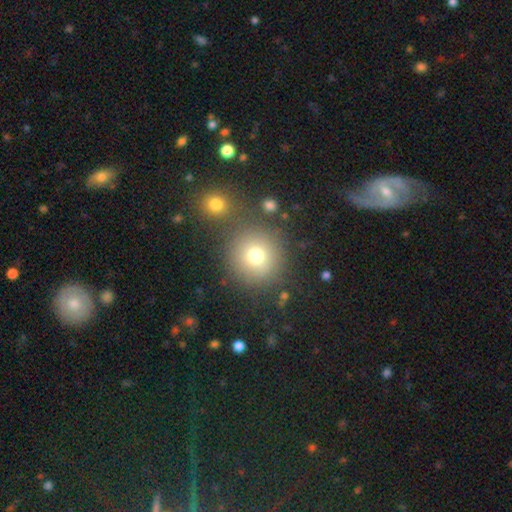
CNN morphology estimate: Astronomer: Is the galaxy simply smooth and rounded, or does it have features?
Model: smooth — 74%.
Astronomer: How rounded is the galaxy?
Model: round — 93%.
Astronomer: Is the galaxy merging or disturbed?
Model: none — 75%.